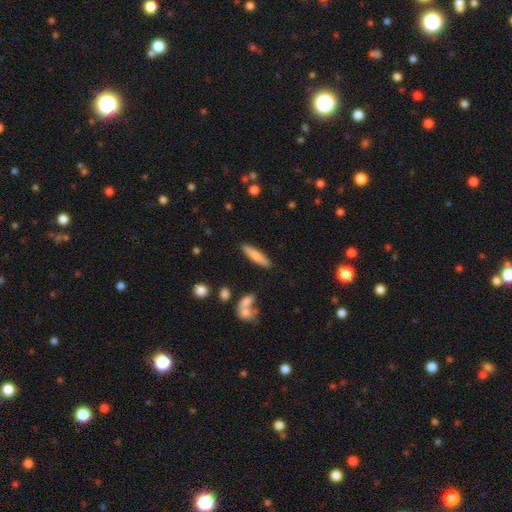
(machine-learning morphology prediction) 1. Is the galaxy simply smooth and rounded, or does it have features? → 74% smooth, 20% featured or disk, 6% star or artifact.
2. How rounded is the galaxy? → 83% cigar-shaped, 15% in between, 2% round.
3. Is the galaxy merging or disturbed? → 87% none, 8% minor disturbance, 3% merger, 2% major disturbance.